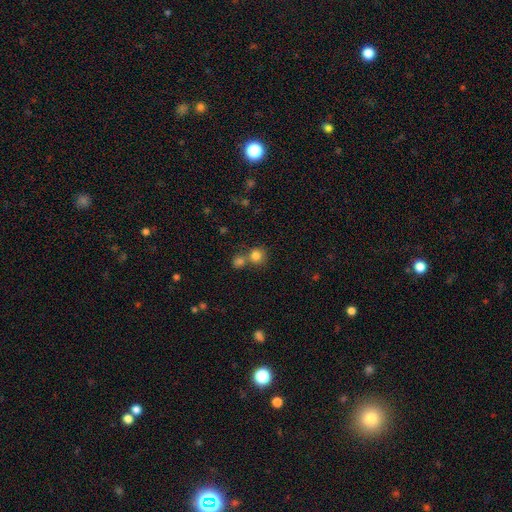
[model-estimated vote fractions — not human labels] Morphology: type=smooth (81%); roundness=round (89%); merging=none (56%).